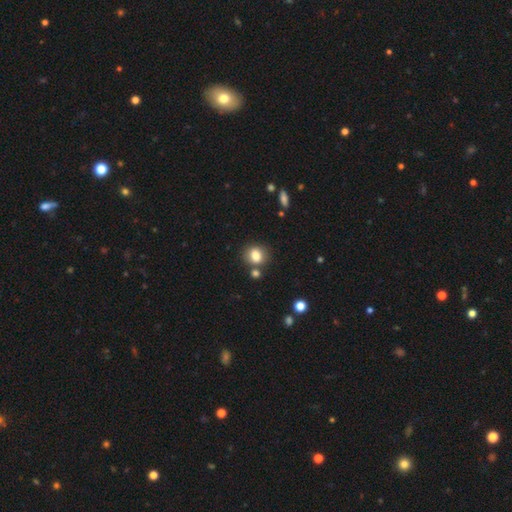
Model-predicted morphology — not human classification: Smooth or featured? Predicted: smooth (p=0.82). How rounded? Predicted: round (p=0.65). Merging? Predicted: none (p=0.73).